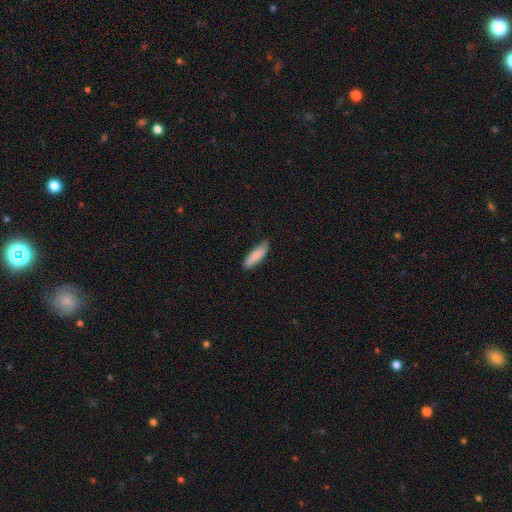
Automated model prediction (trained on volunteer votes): smooth_or_featured: smooth (p=0.87) [alt: featured or disk p=0.07]
how_rounded: cigar-shaped (p=0.58) [alt: in between p=0.40]
merging: none (p=0.85) [alt: minor disturbance p=0.13]